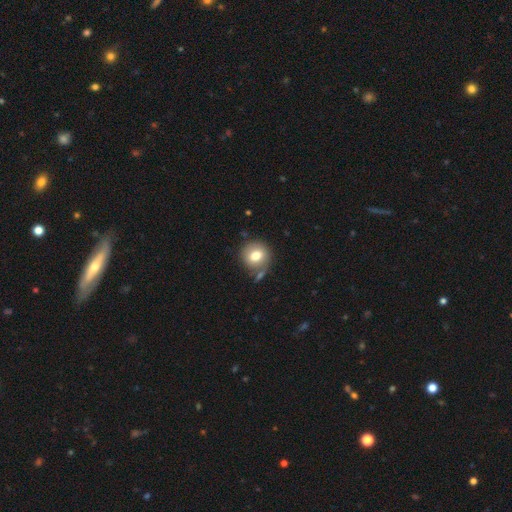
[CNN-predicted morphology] Overall: smooth (76%). How rounded: round (86%). Merging: none (72%).